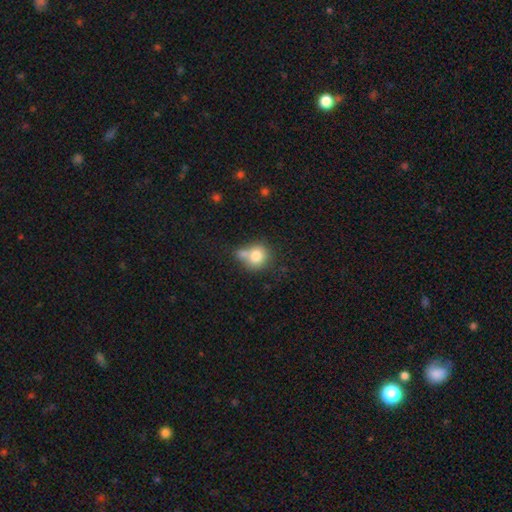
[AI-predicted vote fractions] Morphology: type=smooth (78%); roundness=round (81%); merging=none (42%).